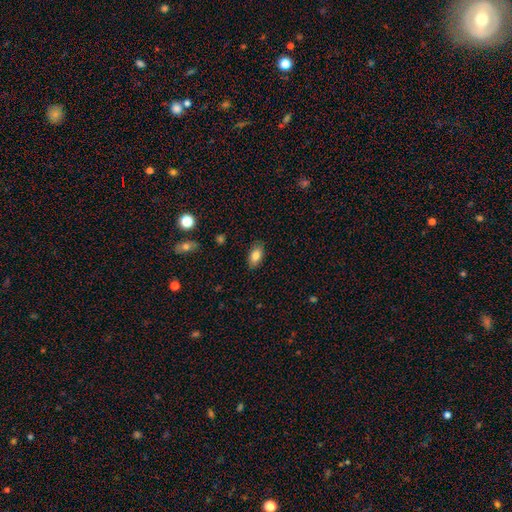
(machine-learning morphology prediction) smooth_or_featured: smooth (p=0.83) [alt: featured or disk p=0.09]
how_rounded: in between (p=0.91) [alt: round p=0.05]
merging: none (p=0.86) [alt: minor disturbance p=0.10]